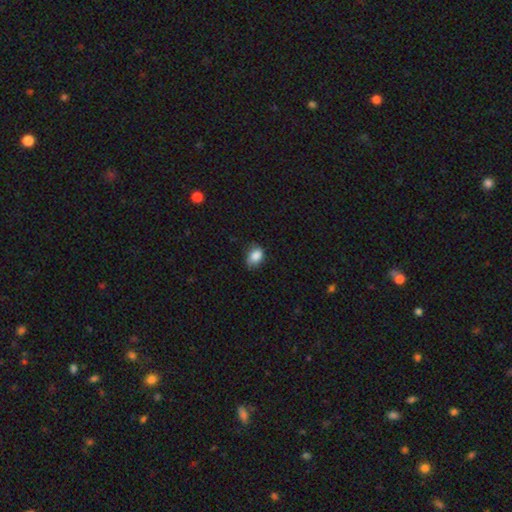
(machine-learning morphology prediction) A smooth galaxy with no disk features (86%) that is in between round and cigar-shaped (75%). Merging: none (67%).